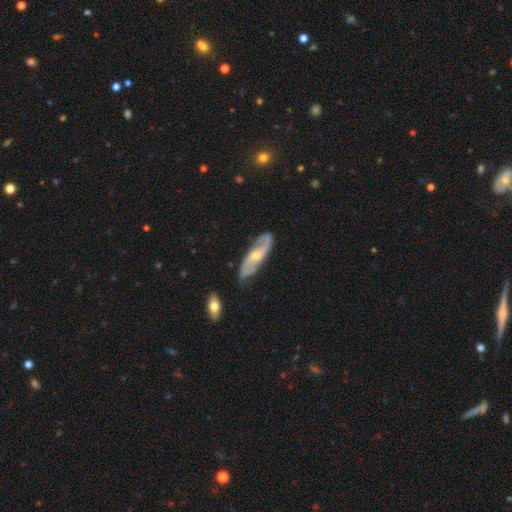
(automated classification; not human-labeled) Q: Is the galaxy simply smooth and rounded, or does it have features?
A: featured or disk — 78%.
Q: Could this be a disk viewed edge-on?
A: no — 85%.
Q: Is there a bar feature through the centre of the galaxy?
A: no — 48%.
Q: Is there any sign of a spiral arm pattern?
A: yes — 93%.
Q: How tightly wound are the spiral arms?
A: medium — 41%.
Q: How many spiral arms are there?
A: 2 — 84%.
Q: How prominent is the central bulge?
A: moderate — 52%.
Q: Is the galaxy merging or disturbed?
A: none — 74%.